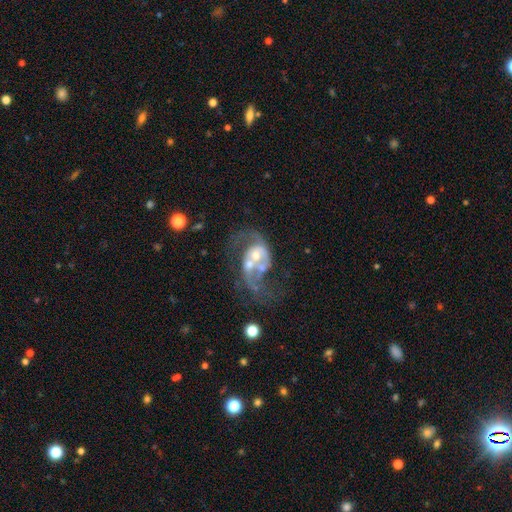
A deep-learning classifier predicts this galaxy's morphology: Smooth or featured?
  - featured or disk: 74% *
  - smooth: 18%
  - star or artifact: 9%
Edge-on disk?
  - no: 97% *
  - yes: 3%
Bar?
  - no: 70% *
  - weak: 24%
  - strong: 6%
Spiral arms?
  - yes: 73% *
  - no: 27%
Spiral winding?
  - loose: 59% *
  - medium: 32%
  - tight: 8%
Spiral arm count?
  - 2: 65% *
  - 1: 17%
  - can't tell: 13%
  - 3: 3%
  - 4: 1%
  - more than 4: 1%
Bulge size?
  - moderate: 55% *
  - small: 29%
  - large: 9%
  - none: 6%
  - dominant: 2%
Merging?
  - merger: 55% *
  - major disturbance: 22%
  - none: 15%
  - minor disturbance: 8%